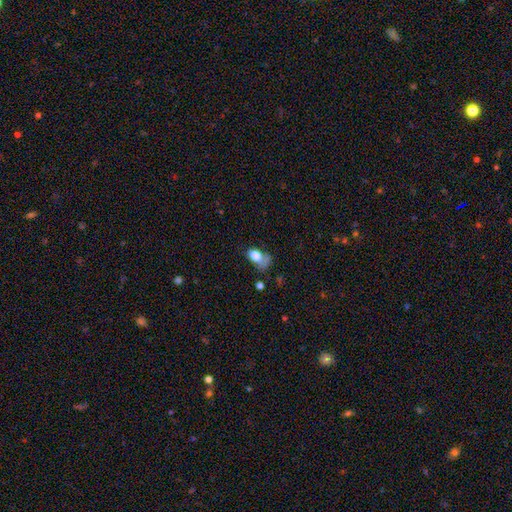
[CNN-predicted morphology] A smooth galaxy with no disk features (75%) that is in between round and cigar-shaped (77%).

Vote fractions:
- Smooth or featured? smooth: 75% / featured or disk: 15% / star or artifact: 10%
- How rounded? in between: 77% / round: 21% / cigar-shaped: 2%
- Merging? major disturbance: 39% / minor disturbance: 28% / none: 24% / merger: 9%